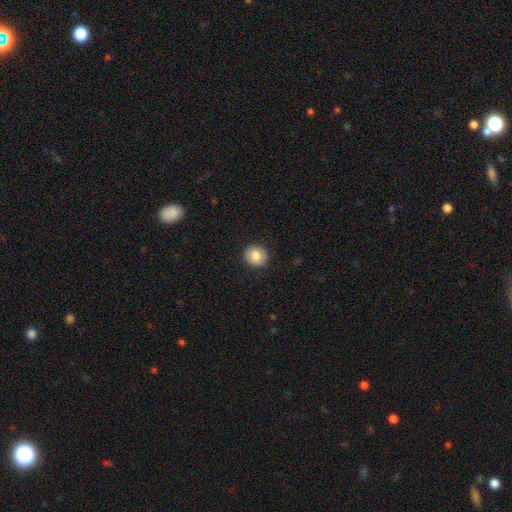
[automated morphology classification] smooth_or_featured: smooth (p=0.79) [alt: featured or disk p=0.13]
how_rounded: round (p=0.83) [alt: in between p=0.16]
merging: none (p=0.89) [alt: minor disturbance p=0.08]